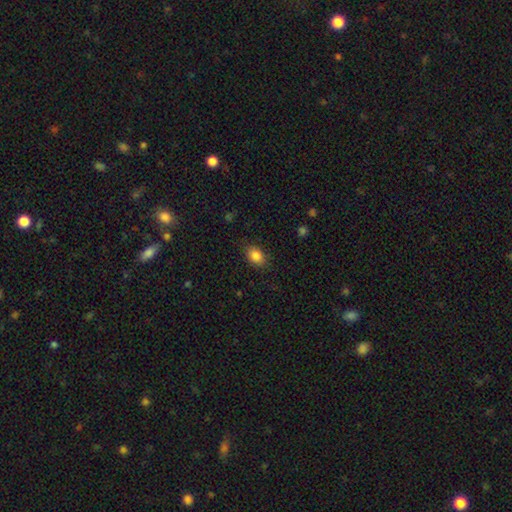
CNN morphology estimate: This appears to be a smooth galaxy with no disk features (86%) that is in between round and cigar-shaped (79%). Merging: none (83%).